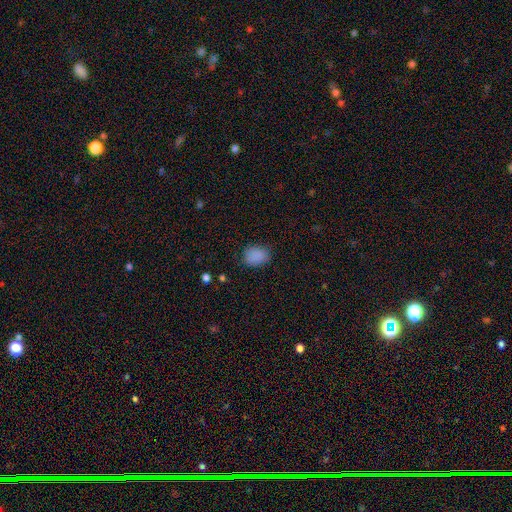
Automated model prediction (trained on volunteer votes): Smooth or featured? Predicted: smooth (p=0.87). How rounded? Predicted: in between (p=0.65). Merging? Predicted: none (p=0.78).